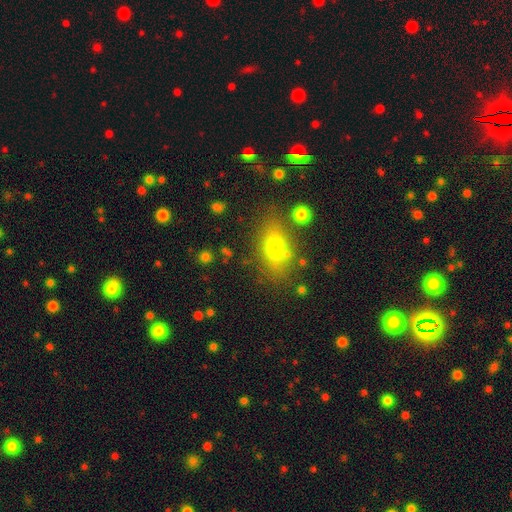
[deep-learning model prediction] Smooth or featured?
  - smooth: 59% *
  - star or artifact: 30%
  - featured or disk: 11%
How rounded?
  - in between: 72% *
  - round: 25%
  - cigar-shaped: 3%
Merging?
  - none: 82% *
  - minor disturbance: 10%
  - merger: 4%
  - major disturbance: 4%